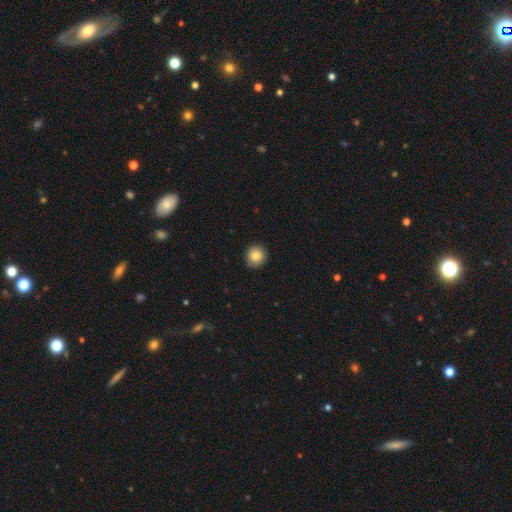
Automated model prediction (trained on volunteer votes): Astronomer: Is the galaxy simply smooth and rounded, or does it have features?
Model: smooth — 86%.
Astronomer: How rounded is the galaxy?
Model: round — 93%.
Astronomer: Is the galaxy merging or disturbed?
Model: none — 89%.